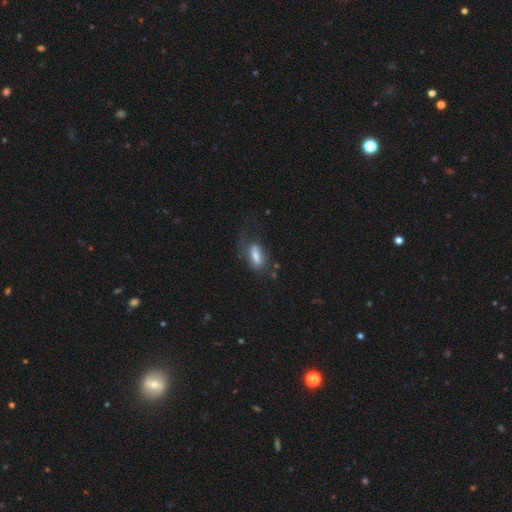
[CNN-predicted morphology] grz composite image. It shows a smooth galaxy with no disk features (61%) that is in between round and cigar-shaped (75%). Merging: none (41%).